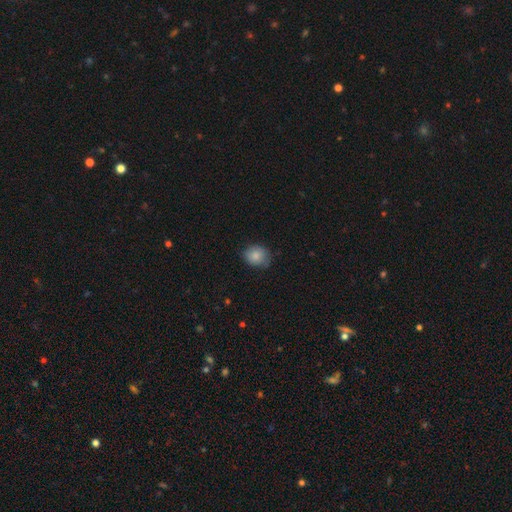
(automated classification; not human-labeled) This is clearly a smooth galaxy (85%). How rounded: likely round (66%). Merging: likely none (73%).